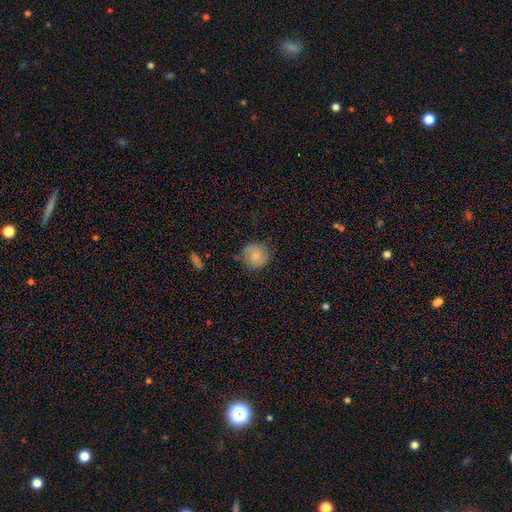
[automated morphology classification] This appears to be a smooth galaxy with no disk features (71%) that is round (88%). Merging: none (75%).